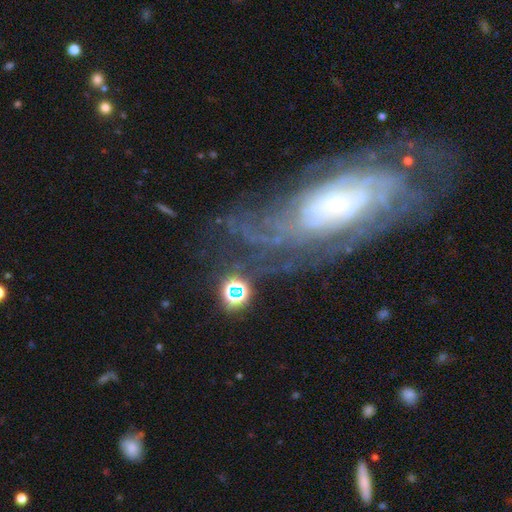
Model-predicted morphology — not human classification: A featured or disk galaxy (83%) with no bar (64%), tight (65%) spiral arms (94%) and a small central bulge (30%, tied with moderate). Merging: none (69%).